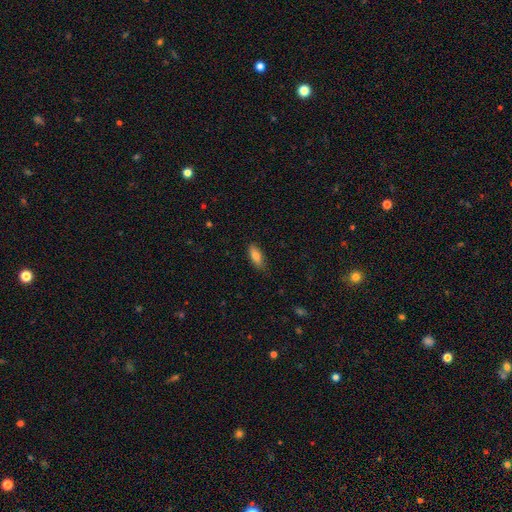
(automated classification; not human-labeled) This appears to be a smooth galaxy with no disk features (81%) that is in between round and cigar-shaped (75%). Merging: none (79%).